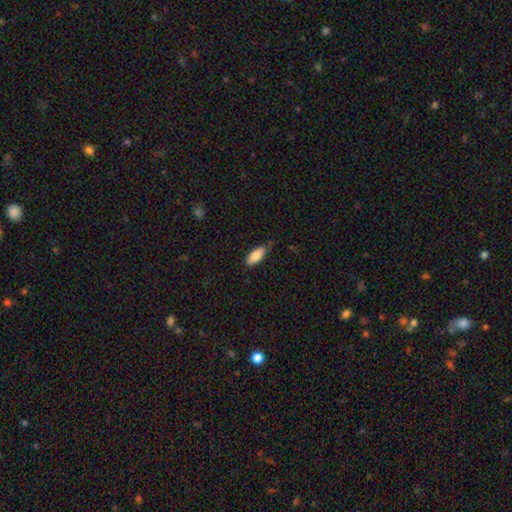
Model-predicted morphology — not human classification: smooth 83%, featured or disk 11%, star or artifact 6%. Down the decision tree: how rounded — in between (84%); merging — none (77%).